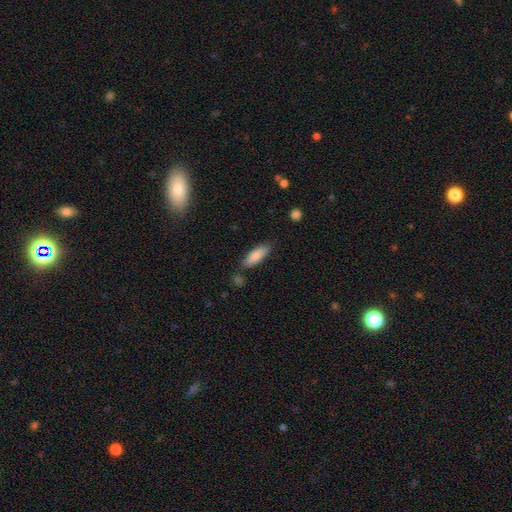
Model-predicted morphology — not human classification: smooth-or-featured: smooth: 85% | featured or disk: 9% | star or artifact: 6%
  how-rounded: in between: 63% | cigar-shaped: 35% | round: 2%
  merging: none: 75% | minor disturbance: 16% | merger: 5% | major disturbance: 4%